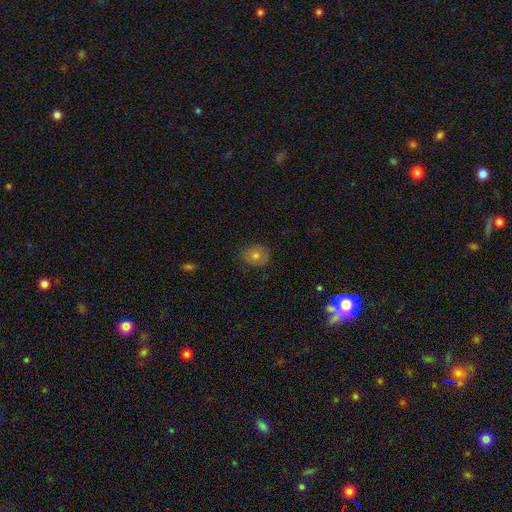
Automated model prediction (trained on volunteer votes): Q: Smooth or featured?
A: smooth (64%); runner-up: featured or disk (21%)
Q: How rounded?
A: round (66%); runner-up: in between (33%)
Q: Merging?
A: none (79%); runner-up: minor disturbance (16%)